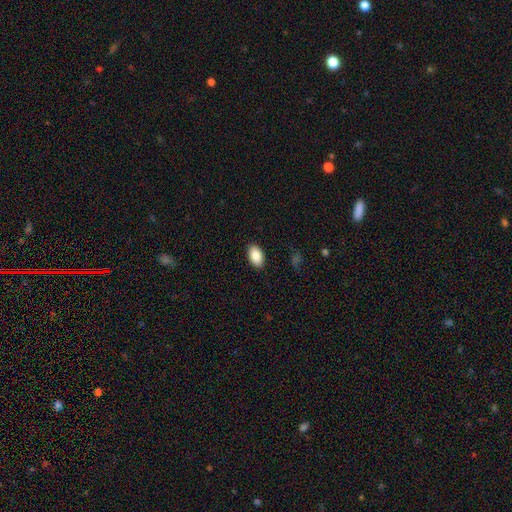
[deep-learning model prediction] Morphology: type=smooth (88%); roundness=in between (93%); merging=none (89%).